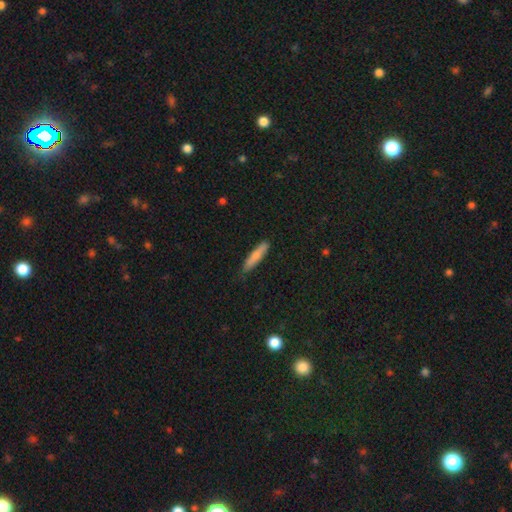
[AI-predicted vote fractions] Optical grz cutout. It shows a smooth galaxy with no disk features (78%) that is cigar-shaped (86%). Merging: none (82%).